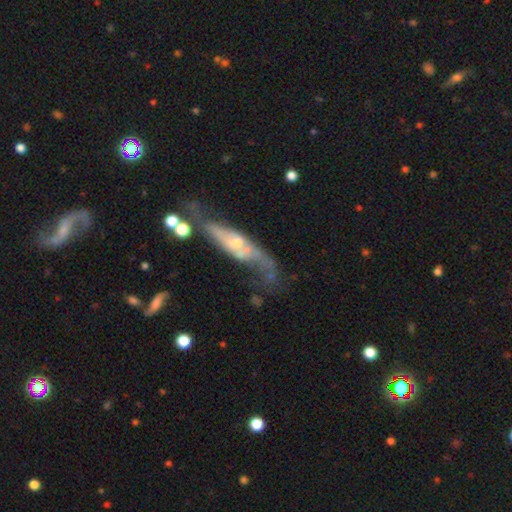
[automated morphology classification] Smooth or featured: featured or disk — 71% (smooth — 20%)
Edge-on disk: no — 65% (yes — 35%)
Merging: none — 38% (major disturbance — 28%)